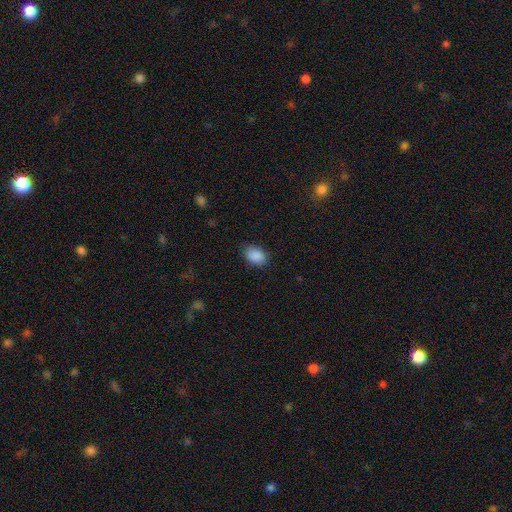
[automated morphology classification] Q: Smooth or featured?
A: smooth (89%); runner-up: star or artifact (8%)
Q: How rounded?
A: in between (80%); runner-up: round (19%)
Q: Merging?
A: none (83%); runner-up: minor disturbance (13%)